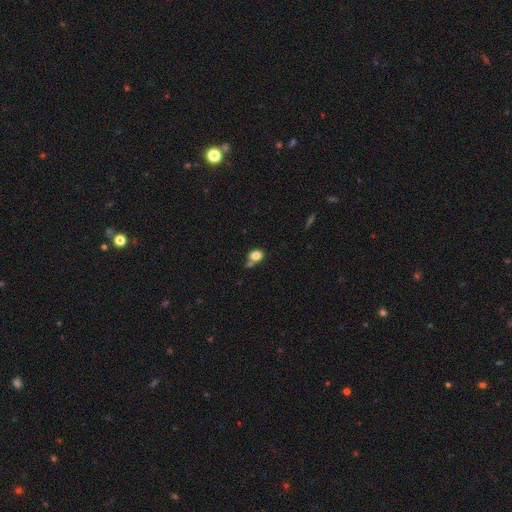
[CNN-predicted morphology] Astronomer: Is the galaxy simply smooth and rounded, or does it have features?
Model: smooth — 81%.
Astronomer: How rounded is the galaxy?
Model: round — 53% (runner-up: in between, 46%).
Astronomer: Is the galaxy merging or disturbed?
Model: none — 50% (runner-up: merger, 26%).